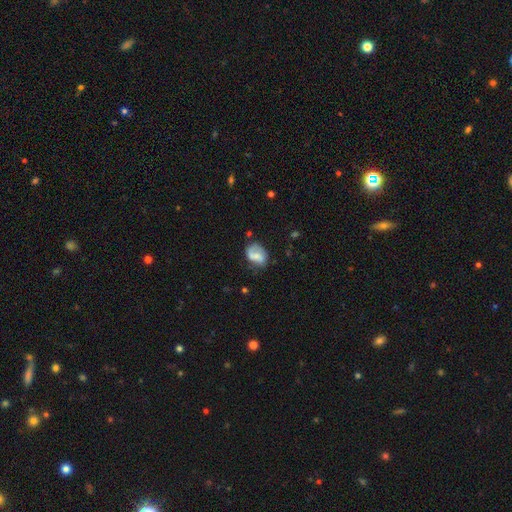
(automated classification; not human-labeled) Smooth or featured? Predicted: smooth (p=0.53). How rounded? Predicted: in between (p=0.73). Merging? Predicted: none (p=0.46).